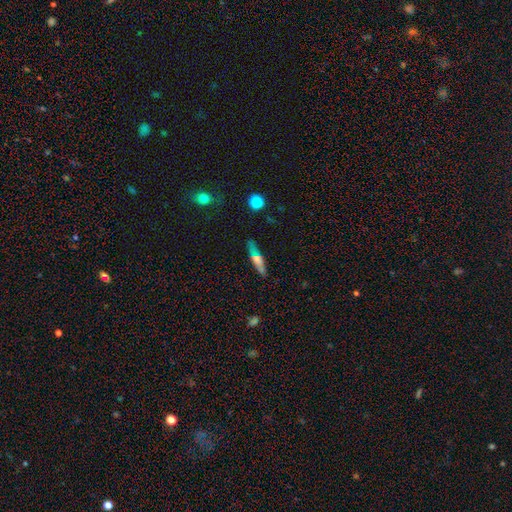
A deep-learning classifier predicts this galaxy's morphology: This appears to be a featured or disk galaxy (49%). Merging: none (82%).